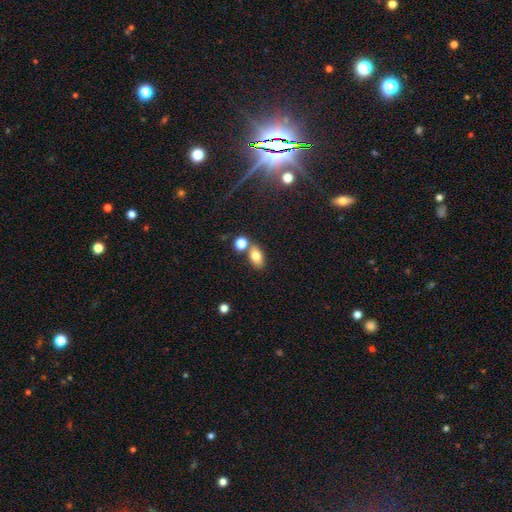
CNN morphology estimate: Q: Smooth or featured?
A: smooth (77%); runner-up: featured or disk (12%)
Q: How rounded?
A: in between (83%); runner-up: round (14%)
Q: Merging?
A: none (65%); runner-up: merger (21%)